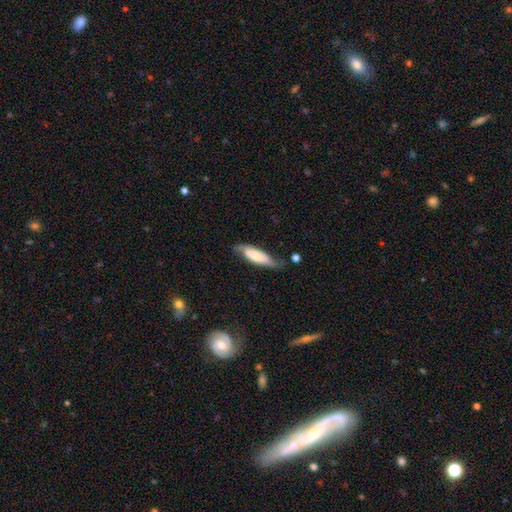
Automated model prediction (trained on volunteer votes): Overall: smooth (53%; featured or disk 41%). How rounded: cigar-shaped (49%, tied with in between). Merging: none (56%; minor disturbance 30%).